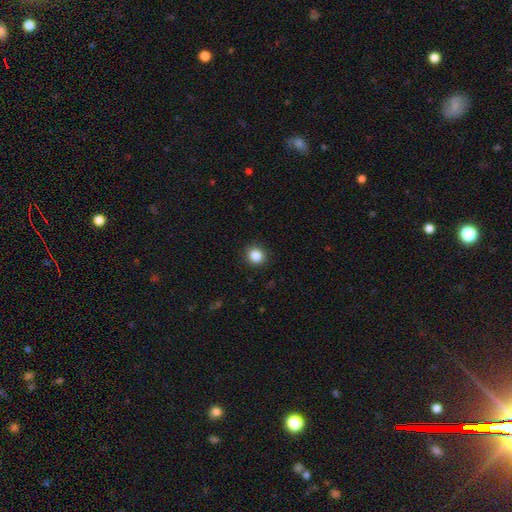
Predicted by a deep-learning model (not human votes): A smooth galaxy with no disk features (86%) that is round (87%). Merging: none (91%).